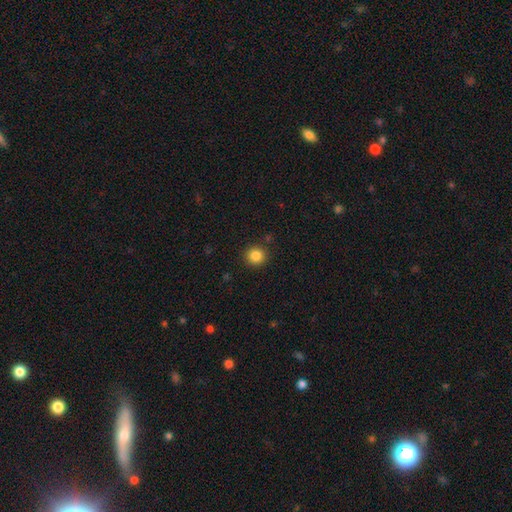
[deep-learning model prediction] Smooth or featured: smooth — 85% (star or artifact — 11%)
How rounded: round — 92% (in between — 7%)
Merging: none — 90% (minor disturbance — 6%)